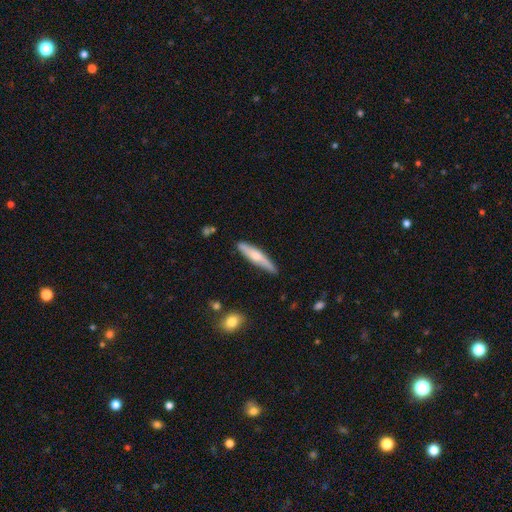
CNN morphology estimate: This appears to be a smooth galaxy with no disk features (55%) that is cigar-shaped (85%). Merging: none (76%).